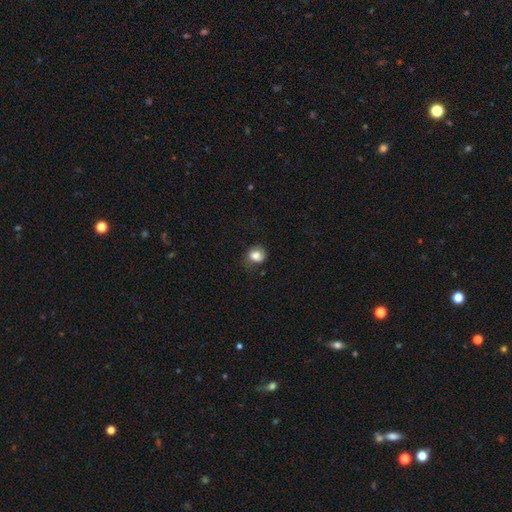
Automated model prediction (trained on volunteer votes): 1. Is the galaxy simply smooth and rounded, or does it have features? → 81% smooth, 10% star or artifact, 9% featured or disk.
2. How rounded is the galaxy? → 63% round, 36% in between, 1% cigar-shaped.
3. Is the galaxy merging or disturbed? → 58% none, 29% minor disturbance, 11% major disturbance, 2% merger.